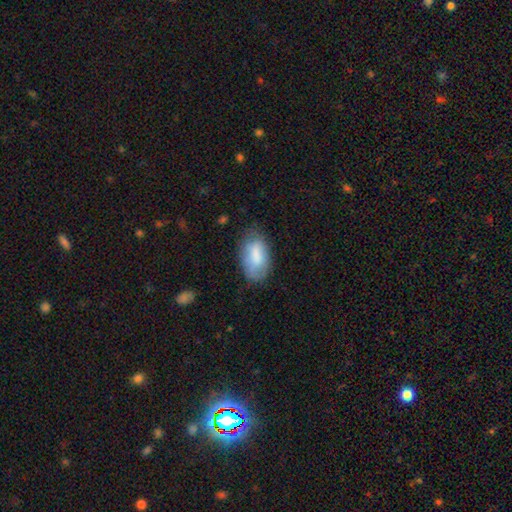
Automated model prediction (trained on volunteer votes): Smooth or featured? smooth (77%)
How rounded? in between (93%)
Merging? none (63%)